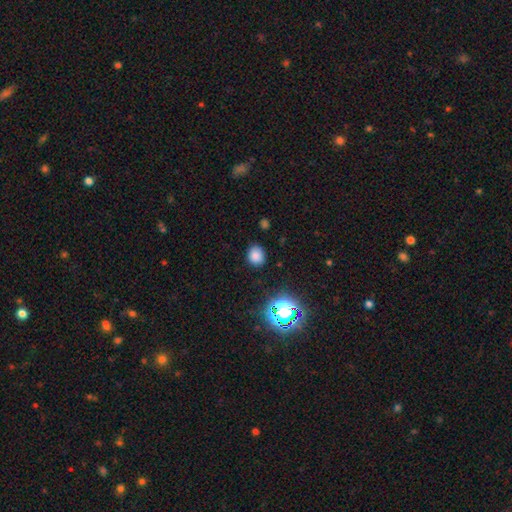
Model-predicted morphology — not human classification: The model was most divided on "how rounded": round: 69%, in between: 30%, cigar-shaped: 1%. More confident: merging — none (85%); smooth or featured — smooth (78%).